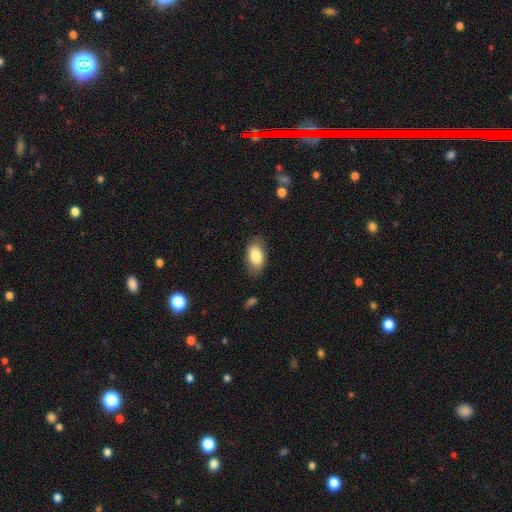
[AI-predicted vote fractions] A smooth galaxy with no disk features (83%) that is in between round and cigar-shaped (91%).

Vote fractions:
- Smooth or featured? smooth: 83% / featured or disk: 10% / star or artifact: 7%
- How rounded? in between: 91% / round: 7% / cigar-shaped: 2%
- Merging? none: 77% / minor disturbance: 17% / major disturbance: 4% / merger: 1%